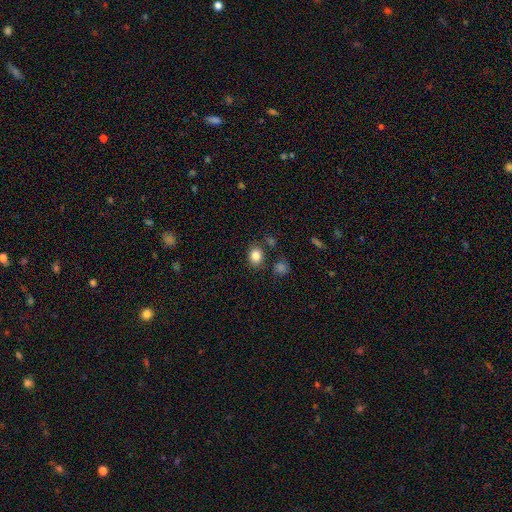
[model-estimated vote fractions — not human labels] Smooth or featured?
  - smooth: 84% *
  - star or artifact: 10%
  - featured or disk: 6%
How rounded?
  - round: 52% *
  - in between: 47%
  - cigar-shaped: 1%
Merging?
  - none: 79% *
  - minor disturbance: 11%
  - merger: 6%
  - major disturbance: 4%